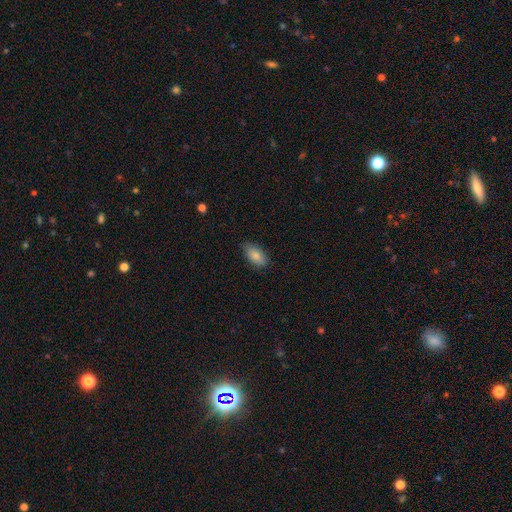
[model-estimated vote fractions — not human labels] Smooth or featured: smooth — 86% (featured or disk — 7%)
How rounded: in between — 92% (cigar-shaped — 5%)
Merging: none — 82% (minor disturbance — 14%)